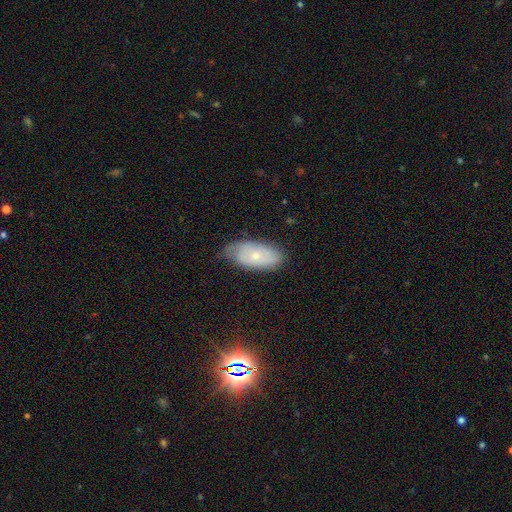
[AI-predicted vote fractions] smooth_or_featured: smooth (p=0.47) [alt: featured or disk p=0.45]
merging: none (p=0.65) [alt: minor disturbance p=0.27]